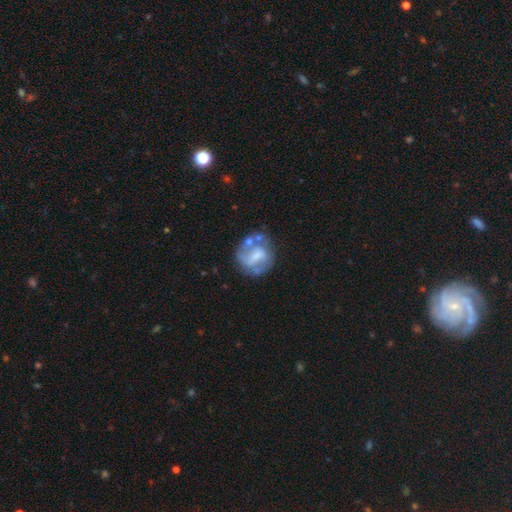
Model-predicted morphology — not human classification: type=featured or disk (62%); edge-on=no (97%); bar=weak (42%); spiral arms=yes (55%); bulge=moderate (32%, tied with none); merging=none (51%).